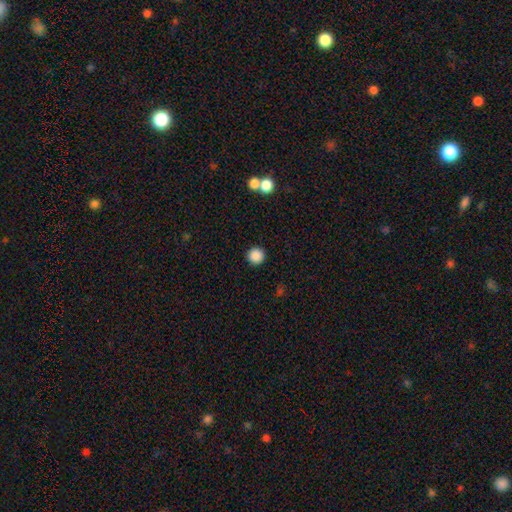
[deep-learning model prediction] smooth 87%, star or artifact 10%, featured or disk 3%. Down the decision tree: how rounded — round (95%); merging — none (91%).